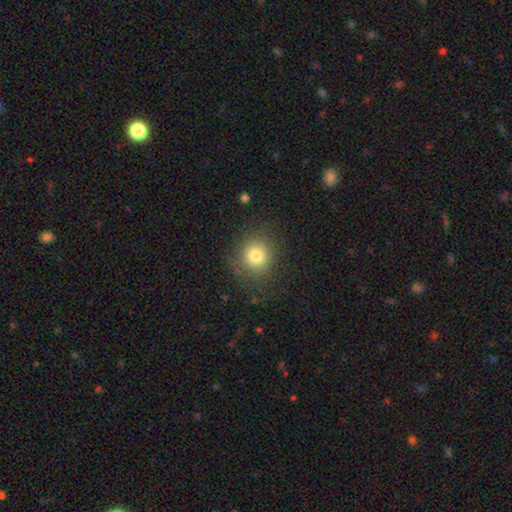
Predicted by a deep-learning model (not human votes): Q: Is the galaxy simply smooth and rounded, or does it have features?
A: smooth — 78%.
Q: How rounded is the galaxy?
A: round — 85%.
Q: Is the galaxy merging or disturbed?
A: none — 83%.